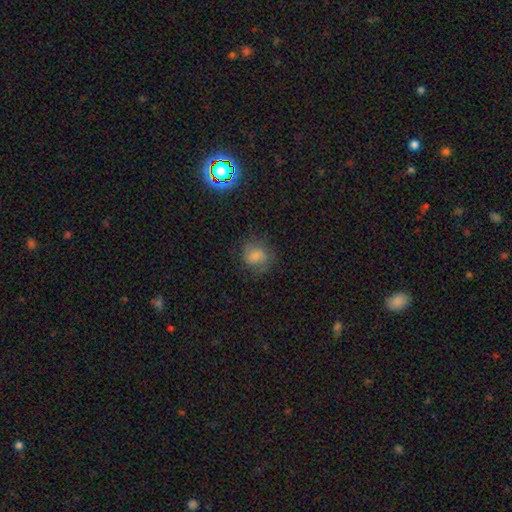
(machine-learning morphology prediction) smooth_or_featured: smooth (p=0.68) [alt: featured or disk p=0.20]
how_rounded: round (p=0.72) [alt: in between p=0.27]
merging: none (p=0.67) [alt: minor disturbance p=0.20]